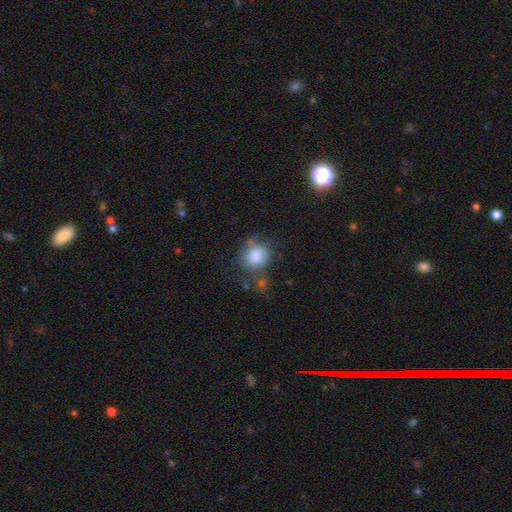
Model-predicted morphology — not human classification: The model was most divided on "merging": none: 41%, minor disturbance: 29%, major disturbance: 22%, merger: 8%. More confident: smooth or featured — smooth (75%); how rounded — round (69%).